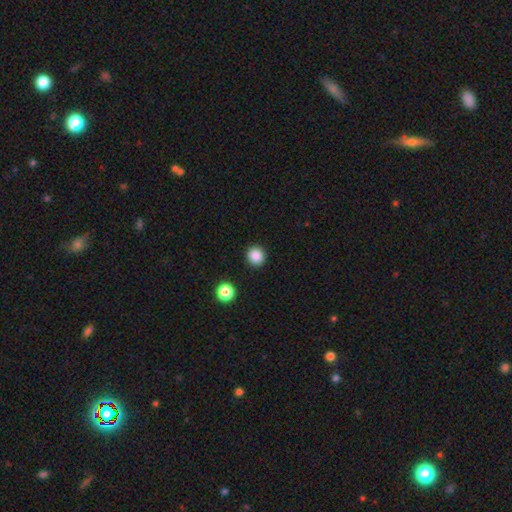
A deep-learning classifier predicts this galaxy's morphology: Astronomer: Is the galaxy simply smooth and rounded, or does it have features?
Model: smooth — 87%.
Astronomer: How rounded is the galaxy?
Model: round — 91%.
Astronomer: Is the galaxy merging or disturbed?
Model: none — 92%.